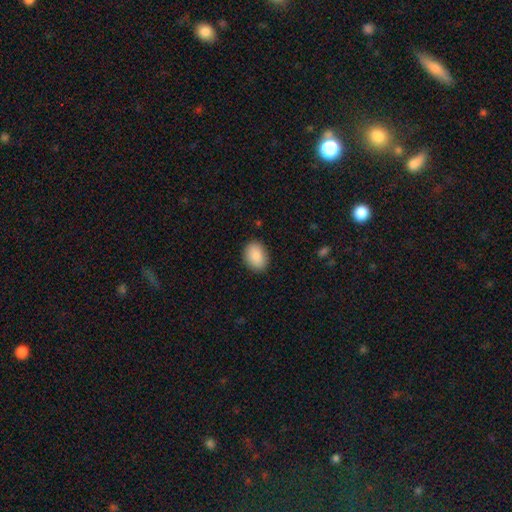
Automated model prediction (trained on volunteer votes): Smooth or featured?
  - smooth: 88% *
  - star or artifact: 7%
  - featured or disk: 5%
How rounded?
  - in between: 72% *
  - round: 27%
  - cigar-shaped: 1%
Merging?
  - none: 88% *
  - minor disturbance: 9%
  - major disturbance: 2%
  - merger: 1%